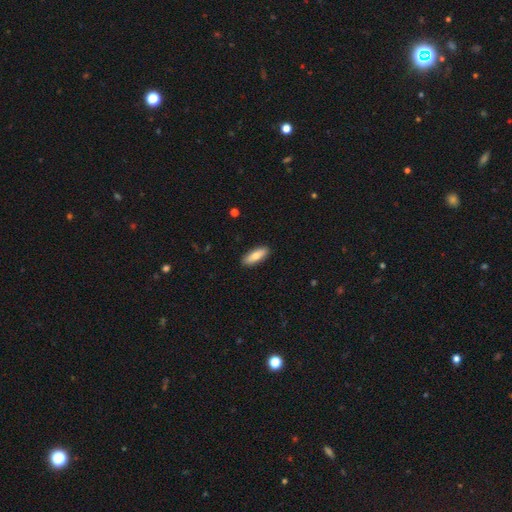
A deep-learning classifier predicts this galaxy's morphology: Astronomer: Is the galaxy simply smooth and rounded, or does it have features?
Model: smooth — 77%.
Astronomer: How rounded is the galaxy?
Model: in between — 62%.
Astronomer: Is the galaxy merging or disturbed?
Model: none — 90%.